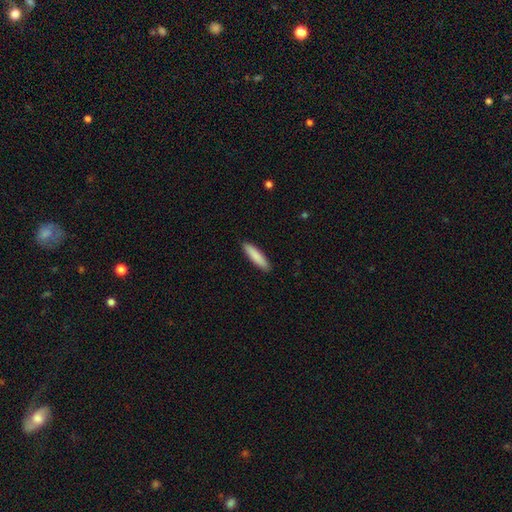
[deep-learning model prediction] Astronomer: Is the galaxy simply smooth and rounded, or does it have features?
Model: smooth — 86%.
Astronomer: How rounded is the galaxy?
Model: cigar-shaped — 81%.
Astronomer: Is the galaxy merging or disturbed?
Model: none — 91%.